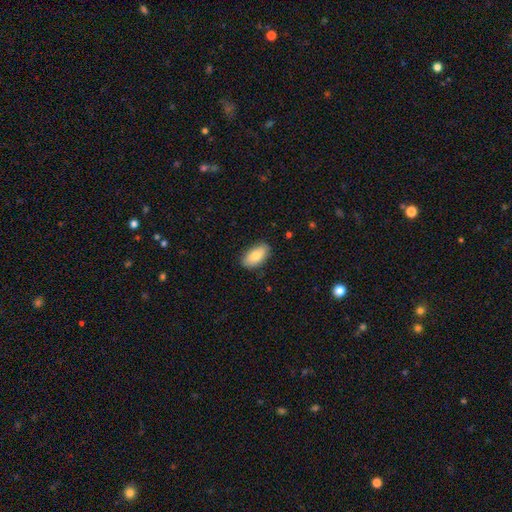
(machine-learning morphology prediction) Smooth or featured?
  - smooth: 80% *
  - featured or disk: 14%
  - star or artifact: 6%
How rounded?
  - in between: 93% *
  - cigar-shaped: 4%
  - round: 3%
Merging?
  - none: 84% *
  - minor disturbance: 13%
  - major disturbance: 2%
  - merger: 1%